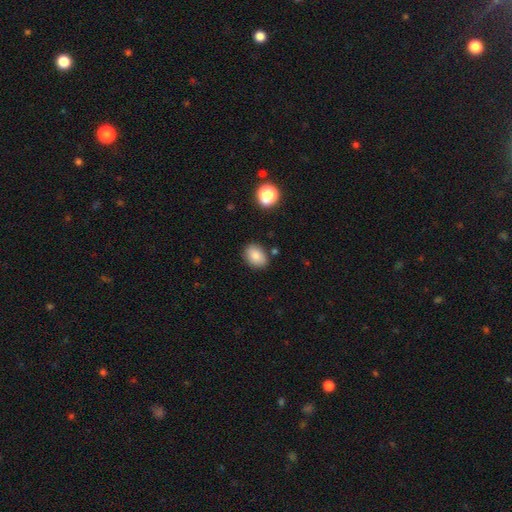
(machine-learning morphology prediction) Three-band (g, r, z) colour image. It shows a smooth galaxy with no disk features (84%) that is in between round and cigar-shaped (74%). Merging: none (83%).